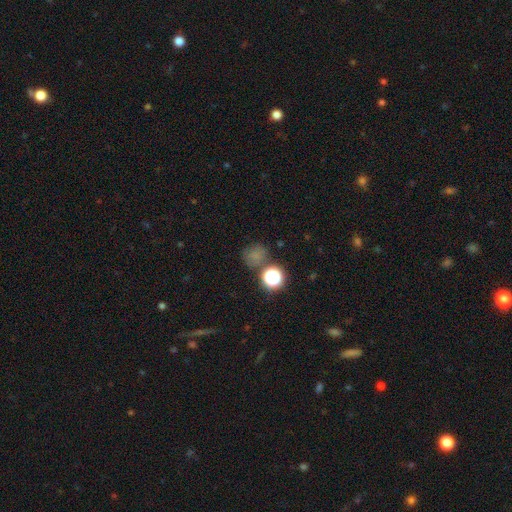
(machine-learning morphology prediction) Smooth or featured?
  - smooth: 65% *
  - star or artifact: 27%
  - featured or disk: 8%
How rounded?
  - round: 81% *
  - in between: 18%
  - cigar-shaped: 1%
Merging?
  - none: 69% *
  - minor disturbance: 14%
  - merger: 11%
  - major disturbance: 6%